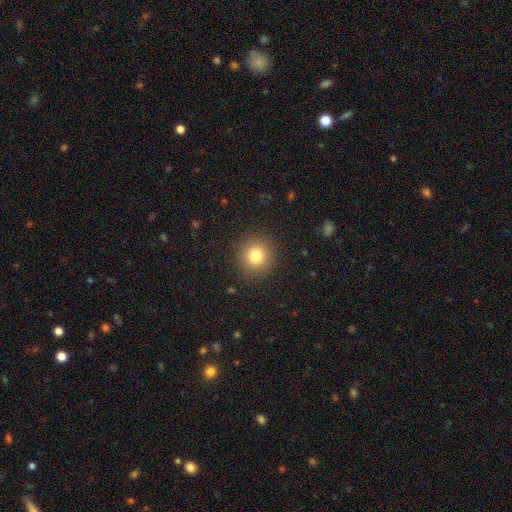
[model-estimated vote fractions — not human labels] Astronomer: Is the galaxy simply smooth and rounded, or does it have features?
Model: smooth — 81%.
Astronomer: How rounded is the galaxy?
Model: round — 93%.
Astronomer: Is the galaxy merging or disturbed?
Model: none — 90%.